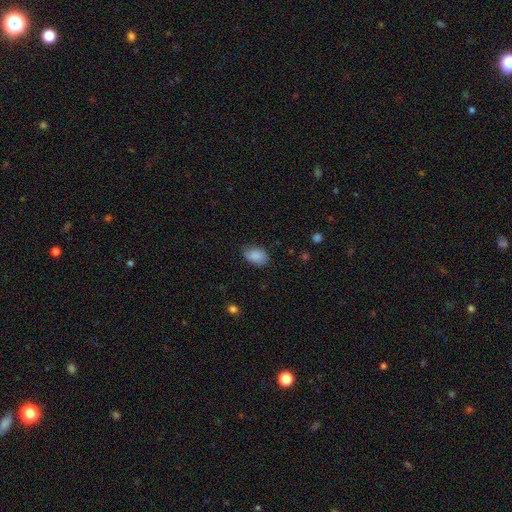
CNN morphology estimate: smooth-or-featured: smooth: 87% | star or artifact: 7% | featured or disk: 6%
  how-rounded: in between: 84% | round: 15% | cigar-shaped: 1%
  merging: none: 75% | minor disturbance: 20% | major disturbance: 4% | merger: 1%